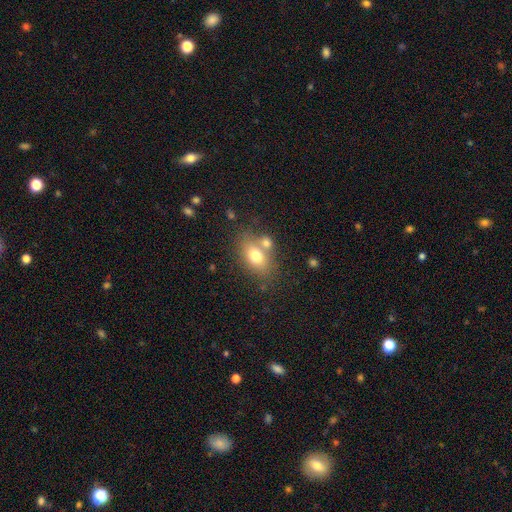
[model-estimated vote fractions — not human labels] This is likely a smooth galaxy (72%). How rounded: likely in between (78%). Merging: possibly none (53%).